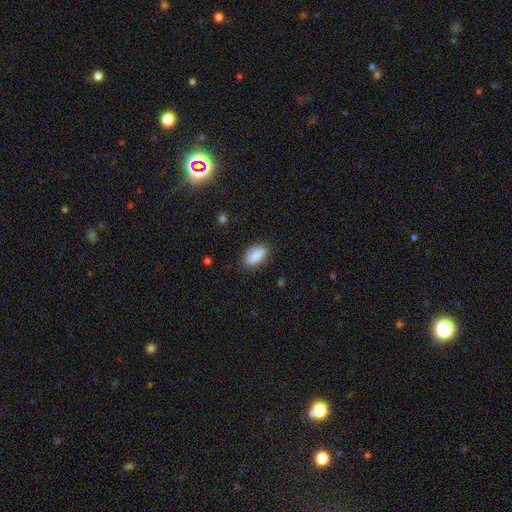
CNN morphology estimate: smooth-or-featured: smooth: 87% | star or artifact: 7% | featured or disk: 7%
  how-rounded: in between: 90% | cigar-shaped: 7% | round: 4%
  merging: none: 83% | minor disturbance: 13% | major disturbance: 3% | merger: 1%